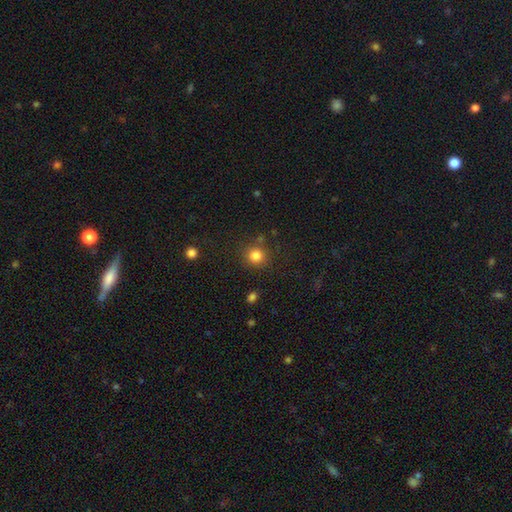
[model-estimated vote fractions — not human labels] Overall: smooth (83%). How rounded: round (91%). Merging: none (83%).